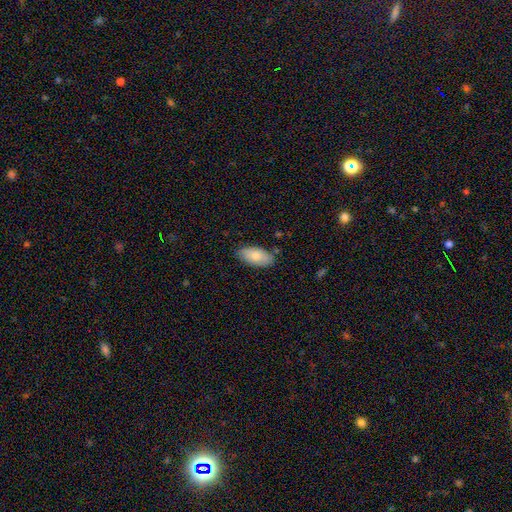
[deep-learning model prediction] A smooth galaxy with no disk features (79%) that is in between round and cigar-shaped (93%). Merging: none (79%).